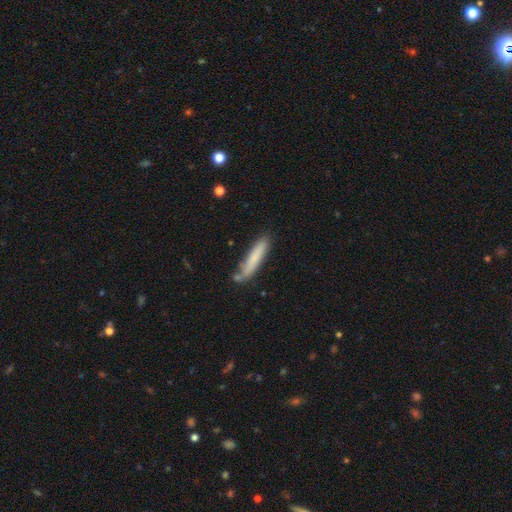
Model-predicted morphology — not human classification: A smooth galaxy with no disk features (75%) that is cigar-shaped (89%).

Vote fractions:
- Smooth or featured? smooth: 75% / featured or disk: 18% / star or artifact: 7%
- How rounded? cigar-shaped: 89% / in between: 10% / round: 1%
- Merging? none: 72% / minor disturbance: 19% / merger: 5% / major disturbance: 4%